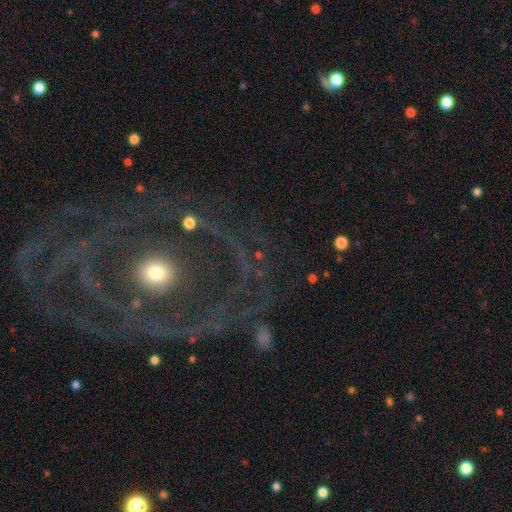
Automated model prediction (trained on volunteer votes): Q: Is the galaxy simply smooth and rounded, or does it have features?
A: featured or disk — 76%.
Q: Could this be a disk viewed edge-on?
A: no — 95%.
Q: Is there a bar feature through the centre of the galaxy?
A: no — 75%.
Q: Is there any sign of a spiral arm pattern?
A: yes — 64%.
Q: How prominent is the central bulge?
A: moderate — 61%.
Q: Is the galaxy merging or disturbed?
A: none — 76%.